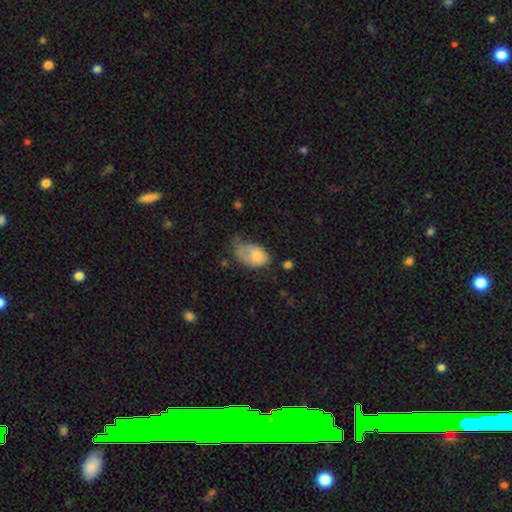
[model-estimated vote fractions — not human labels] The model was most divided on "merging": minor disturbance: 36%, major disturbance: 32%, none: 27%, merger: 5%. More confident: how rounded — in between (91%); smooth or featured — smooth (75%).